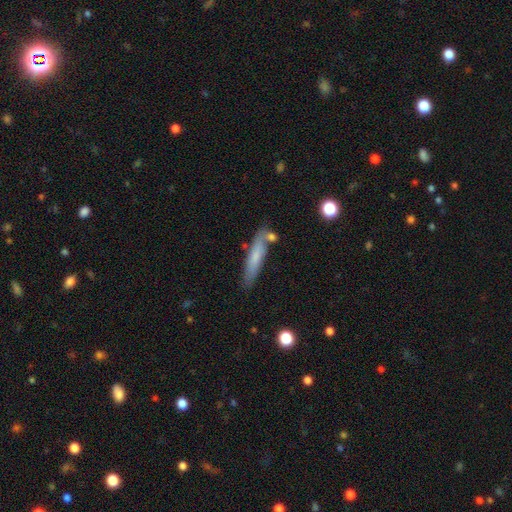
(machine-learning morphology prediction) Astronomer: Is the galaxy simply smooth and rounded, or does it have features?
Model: smooth — 66%.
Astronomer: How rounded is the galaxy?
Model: cigar-shaped — 86%.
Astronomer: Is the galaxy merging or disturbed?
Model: none — 71%.